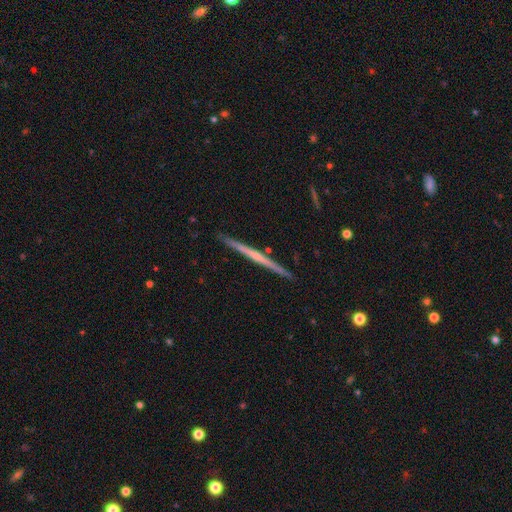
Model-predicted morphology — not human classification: The model was most divided on "edge-on bulge": none: 65%, rounded: 30%, boxy: 5%. More confident: edge-on disk — yes (98%); merging — none (91%); smooth or featured — featured or disk (70%).